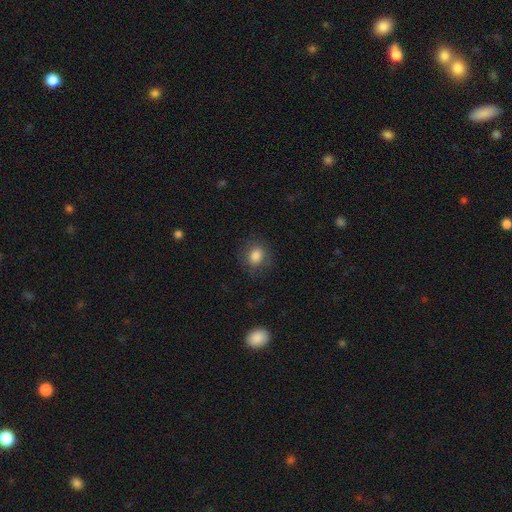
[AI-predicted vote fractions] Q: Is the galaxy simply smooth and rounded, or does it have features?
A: smooth — 83%.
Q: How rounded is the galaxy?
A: round — 60%.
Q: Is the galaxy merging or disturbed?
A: none — 78%.